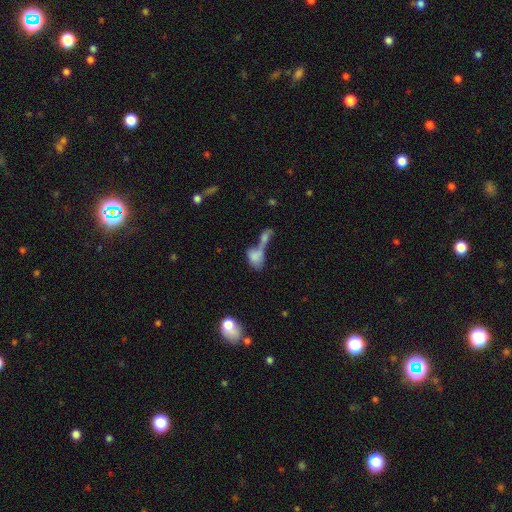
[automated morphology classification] Overall: smooth (72%). How rounded: in between (79%). Merging: merger (66%).